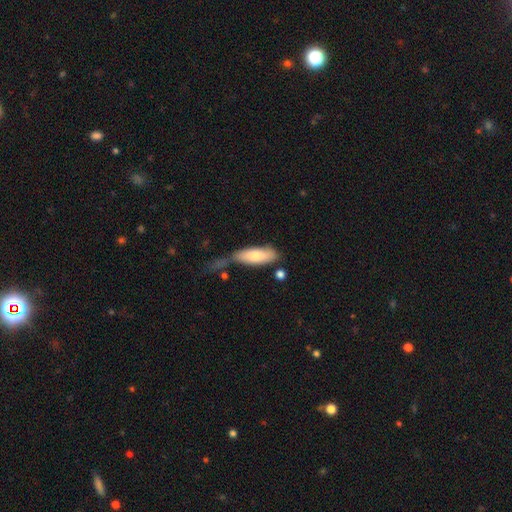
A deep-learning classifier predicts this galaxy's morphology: Smooth or featured? Predicted: smooth (p=0.80). How rounded? Predicted: in between (p=0.64). Merging? Predicted: none (p=0.44).